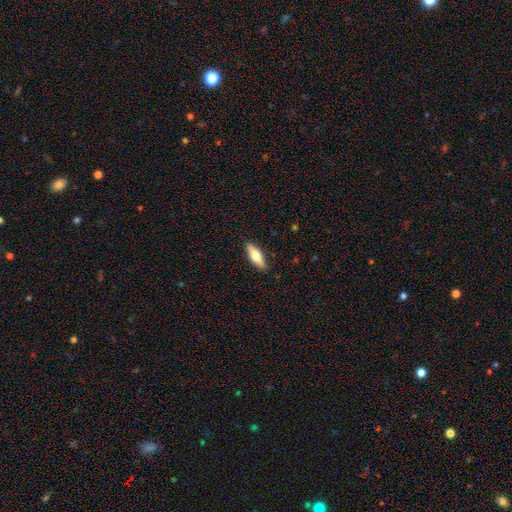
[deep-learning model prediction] Smooth or featured: smooth — 62% (featured or disk — 32%)
How rounded: in between — 52% (cigar-shaped — 45%)
Merging: none — 88% (minor disturbance — 9%)